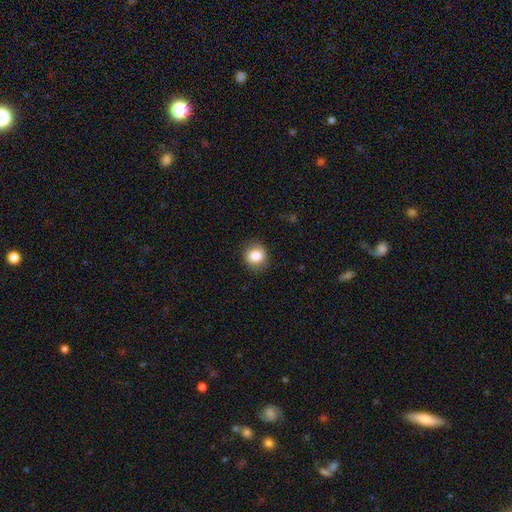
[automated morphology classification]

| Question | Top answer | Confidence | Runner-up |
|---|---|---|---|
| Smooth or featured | smooth | 83% | star or artifact (9%) |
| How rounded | round | 84% | in between (15%) |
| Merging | none | 86% | minor disturbance (10%) |